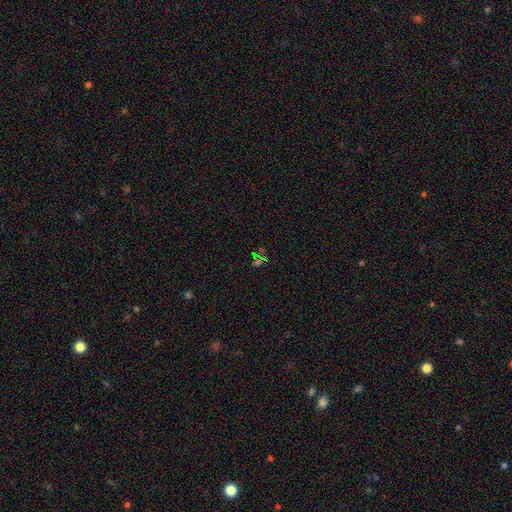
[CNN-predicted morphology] Smooth or featured? Predicted: star or artifact (p=0.68).